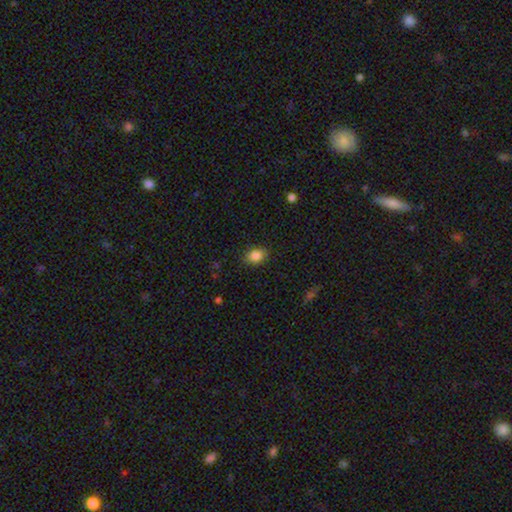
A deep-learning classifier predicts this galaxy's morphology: Smooth or featured? Predicted: smooth (p=0.85). How rounded? Predicted: in between (p=0.70). Merging? Predicted: none (p=0.87).